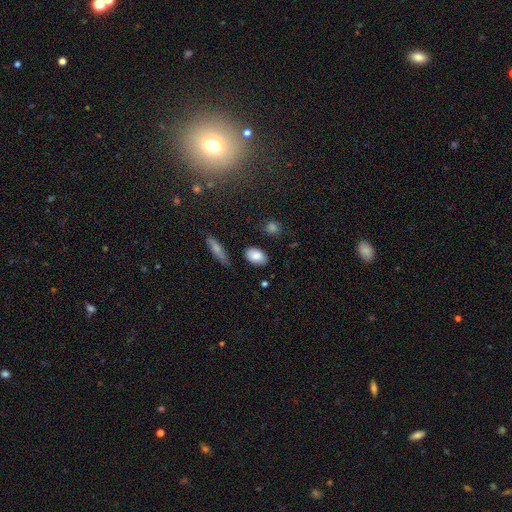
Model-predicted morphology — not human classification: type=smooth (84%); roundness=in between (89%); merging=none (81%).